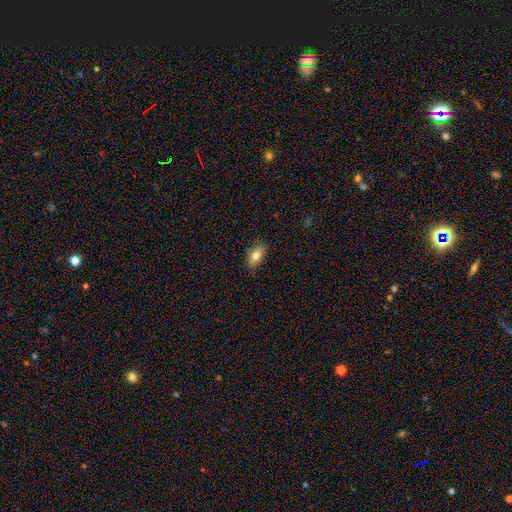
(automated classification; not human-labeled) Q: Smooth or featured?
A: smooth (79%); runner-up: featured or disk (13%)
Q: How rounded?
A: in between (88%); runner-up: round (6%)
Q: Merging?
A: none (82%); runner-up: minor disturbance (14%)